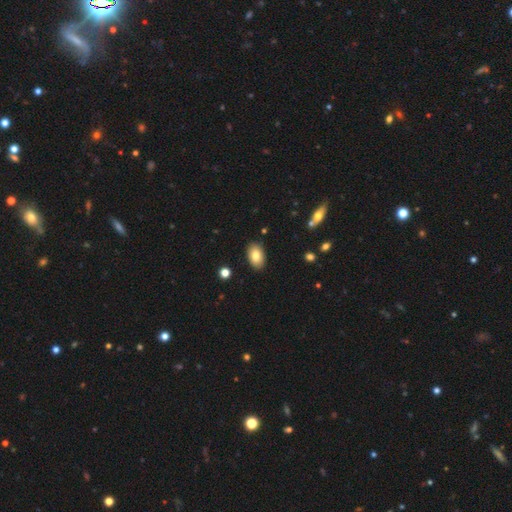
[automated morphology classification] Smooth or featured? Predicted: smooth (p=0.82). How rounded? Predicted: in between (p=0.93). Merging? Predicted: none (p=0.88).